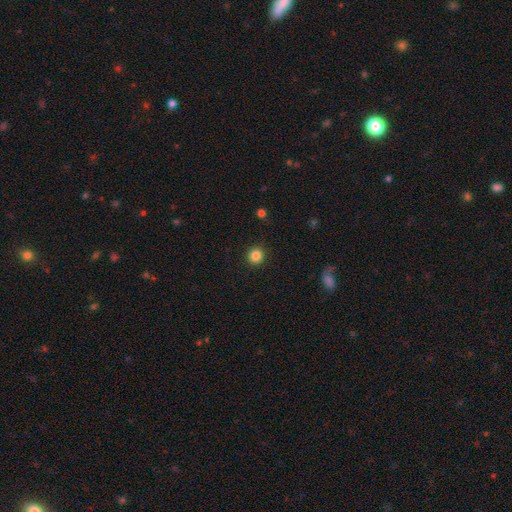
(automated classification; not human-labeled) Smooth or featured? Predicted: smooth (p=0.85). How rounded? Predicted: round (p=0.94). Merging? Predicted: none (p=0.92).